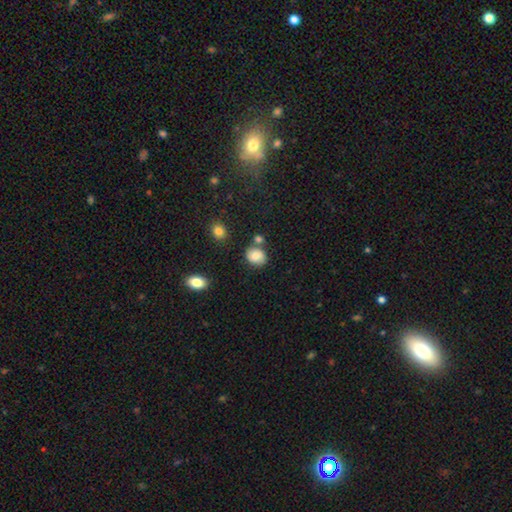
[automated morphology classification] A smooth galaxy with no disk features (76%) that is round (57%).

Vote fractions:
- Smooth or featured? smooth: 76% / featured or disk: 14% / star or artifact: 9%
- How rounded? round: 57% / in between: 42% / cigar-shaped: 1%
- Merging? none: 67% / minor disturbance: 16% / merger: 13% / major disturbance: 4%